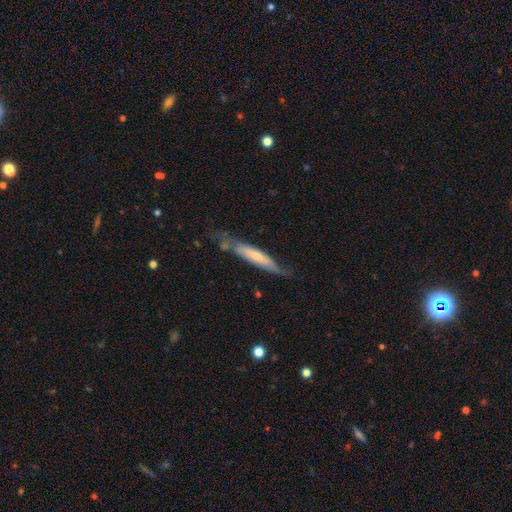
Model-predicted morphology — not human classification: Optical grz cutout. It shows a featured or disk galaxy (51%) viewed edge-on (66%). Merging: none (57%).